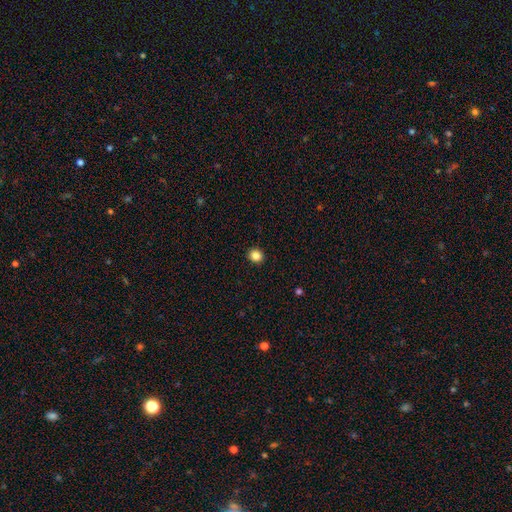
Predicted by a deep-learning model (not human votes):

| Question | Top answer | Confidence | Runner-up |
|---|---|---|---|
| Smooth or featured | smooth | 85% | star or artifact (11%) |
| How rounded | round | 83% | in between (16%) |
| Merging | none | 92% | minor disturbance (5%) |